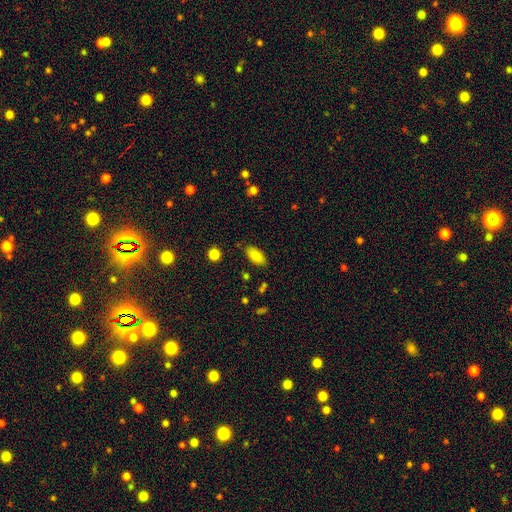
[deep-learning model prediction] smooth 86%, star or artifact 8%, featured or disk 6%. Down the decision tree: how rounded — in between (91%); merging — none (83%).